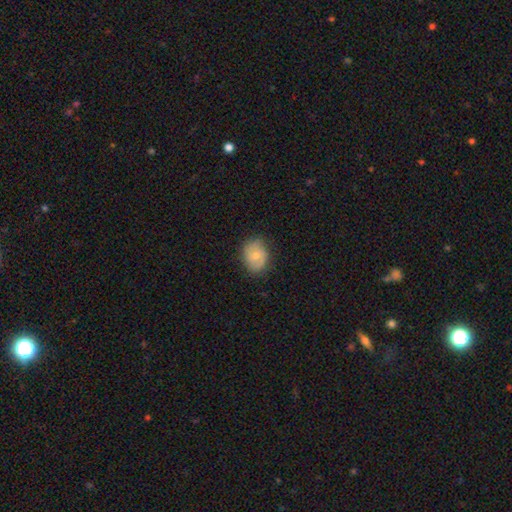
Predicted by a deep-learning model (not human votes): smooth 55%, featured or disk 38%, star or artifact 7%. Down the decision tree: how rounded — round (50%); merging — none (77%).